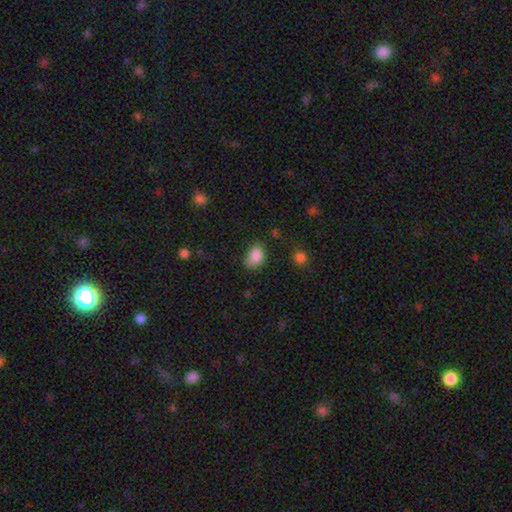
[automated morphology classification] Smooth or featured? smooth (86%)
How rounded? in between (76%)
Merging? none (63%)